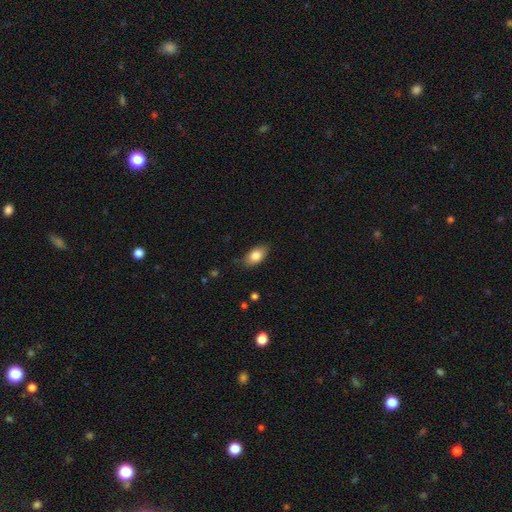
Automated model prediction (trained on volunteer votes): Smooth or featured: smooth — 82% (featured or disk — 11%)
How rounded: in between — 91% (round — 6%)
Merging: none — 82% (minor disturbance — 14%)